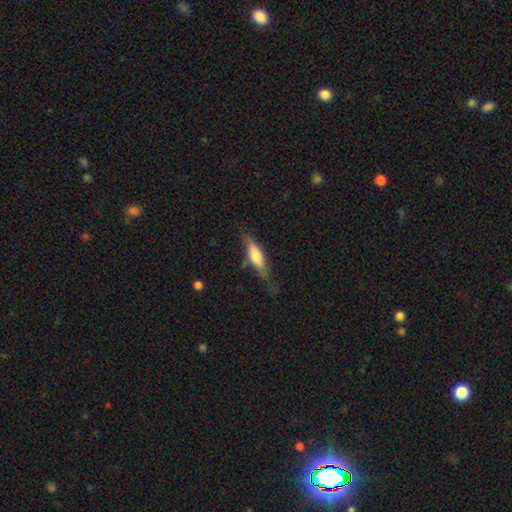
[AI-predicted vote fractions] The model was most divided on "how rounded": cigar-shaped: 53%, in between: 45%, round: 2%. More confident: smooth or featured — smooth (62%); merging — none (61%).